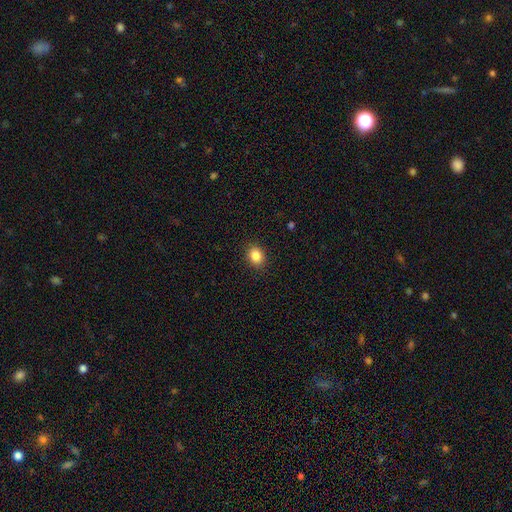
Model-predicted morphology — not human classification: Q: Smooth or featured?
A: smooth (86%); runner-up: star or artifact (10%)
Q: How rounded?
A: round (50%); runner-up: in between (49%)
Q: Merging?
A: none (90%); runner-up: minor disturbance (7%)